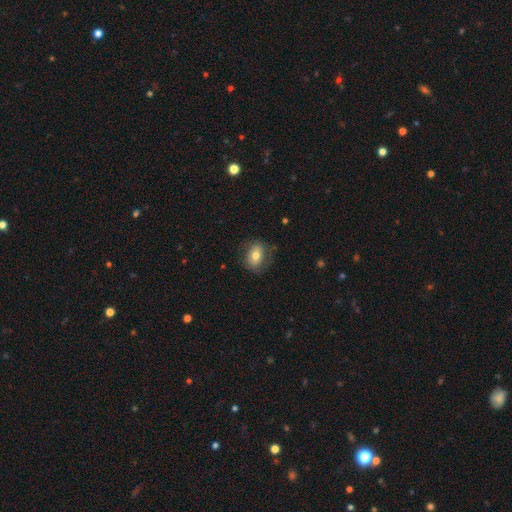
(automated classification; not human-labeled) Morphology: type=smooth (67%); roundness=in between (64%); merging=none (74%).